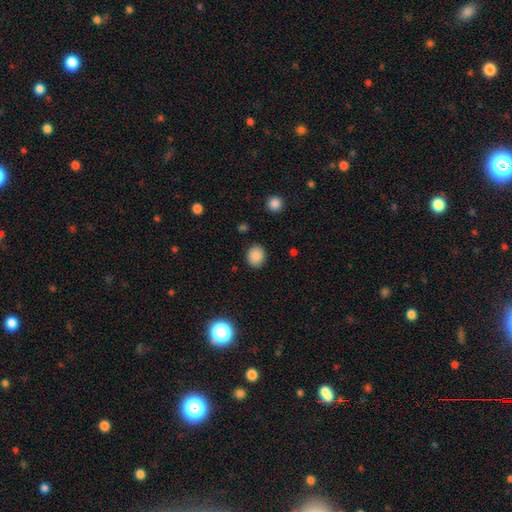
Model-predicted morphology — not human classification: Q: Smooth or featured?
A: smooth (87%); runner-up: star or artifact (10%)
Q: How rounded?
A: round (69%); runner-up: in between (30%)
Q: Merging?
A: none (88%); runner-up: minor disturbance (8%)